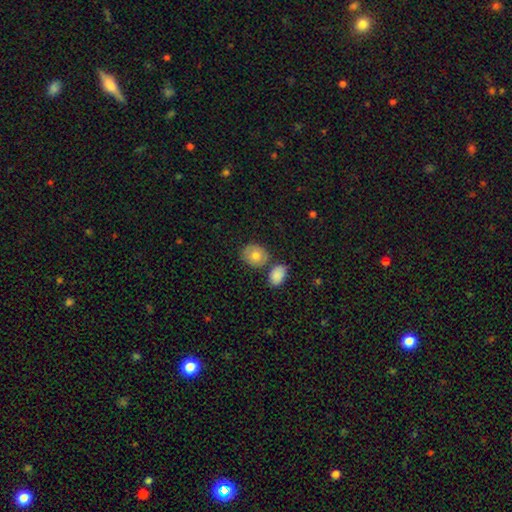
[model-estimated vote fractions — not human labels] The model was most divided on "how rounded": round: 56%, in between: 43%, cigar-shaped: 1%. More confident: smooth or featured — smooth (79%); merging — none (68%).